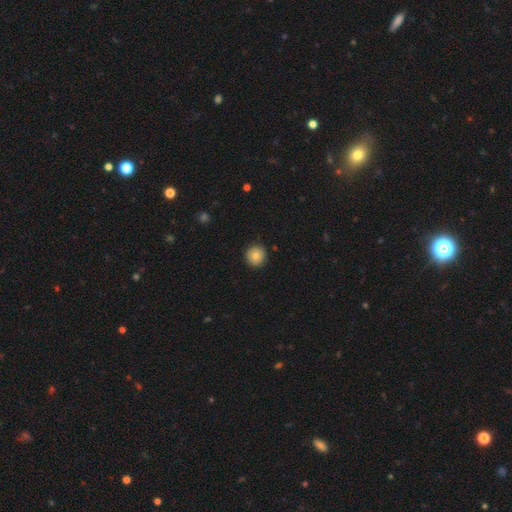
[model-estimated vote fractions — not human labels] Smooth or featured: smooth — 79% (featured or disk — 12%)
How rounded: round — 95% (in between — 4%)
Merging: none — 89% (minor disturbance — 8%)